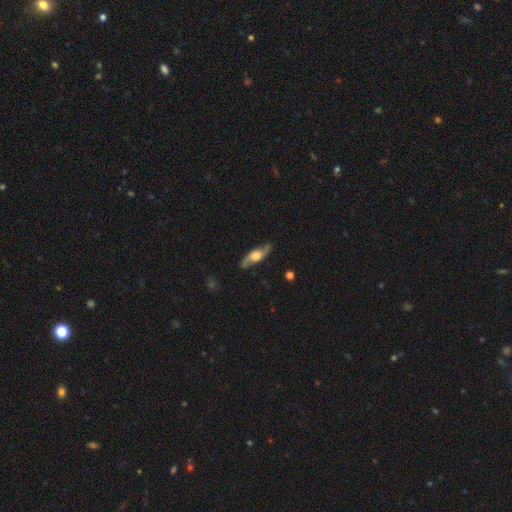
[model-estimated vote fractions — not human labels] This appears to be a featured or disk galaxy (67%). Merging: none (85%).